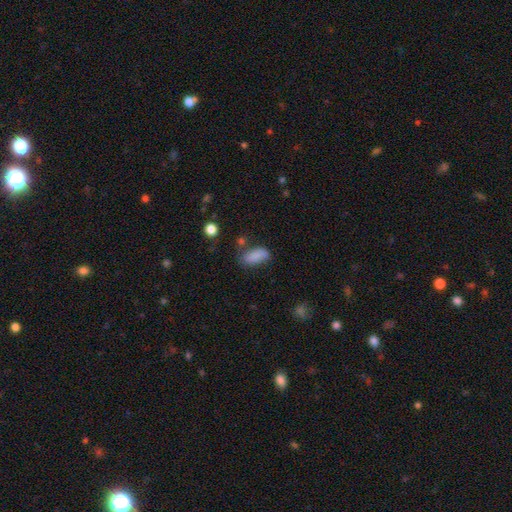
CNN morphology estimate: This is clearly a smooth galaxy (84%). How rounded: clearly in between (89%). Merging: likely none (60%).